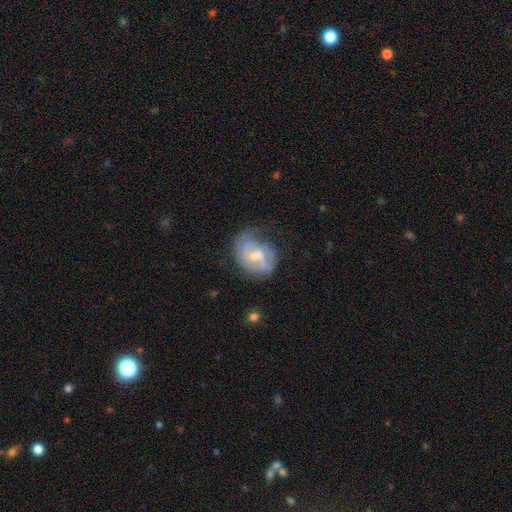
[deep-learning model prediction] Smooth or featured: featured or disk — 65% (smooth — 28%)
Edge-on disk: no — 97% (yes — 3%)
Bar: weak — 47% (no — 42%)
Spiral arms: yes — 72% (no — 28%)
Bulge size: small — 48% (moderate — 42%)
Merging: none — 48% (minor disturbance — 28%)